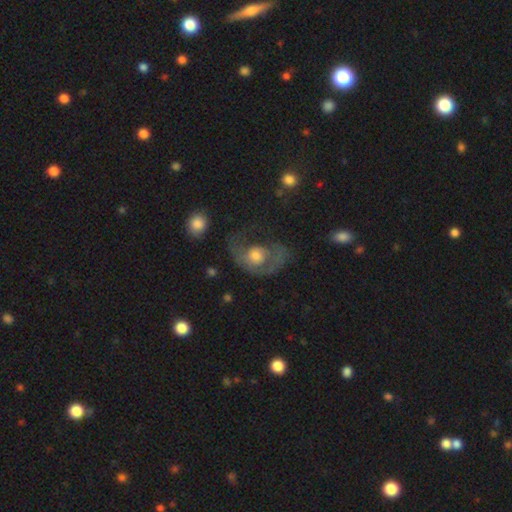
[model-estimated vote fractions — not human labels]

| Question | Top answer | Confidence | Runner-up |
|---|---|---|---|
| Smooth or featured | featured or disk | 57% | smooth (35%) |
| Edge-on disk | no | 96% | yes (4%) |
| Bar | no | 82% | weak (15%) |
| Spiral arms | yes | 57% | no (43%) |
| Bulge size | moderate | 55% | small (20%) |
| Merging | major disturbance | 45% | none (34%) |